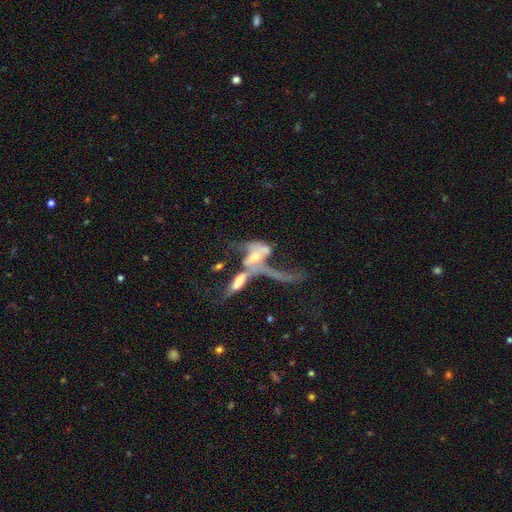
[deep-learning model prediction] Morphology: type=featured or disk (64%); edge-on=no (85%); bar=no (66%); spiral arms=yes (57%); bulge=moderate (45%); merging=merger (66%).